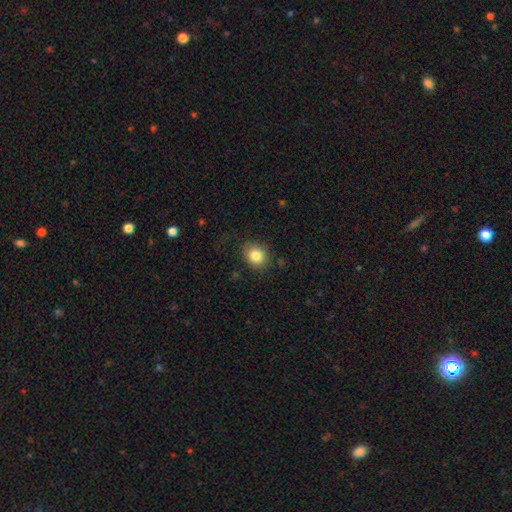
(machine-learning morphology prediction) Smooth or featured? smooth (83%)
How rounded? round (68%)
Merging? none (83%)